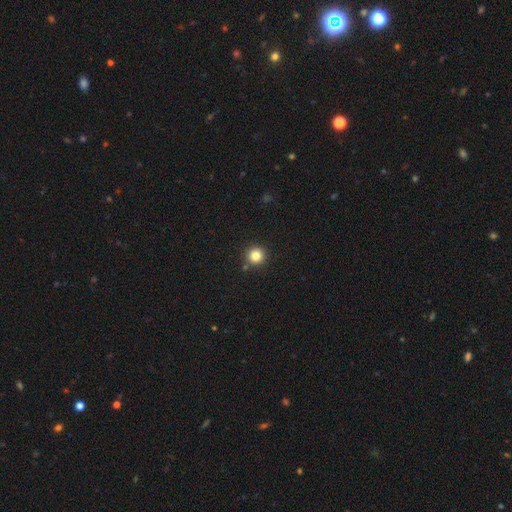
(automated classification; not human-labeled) smooth-or-featured: smooth: 83% | star or artifact: 12% | featured or disk: 6%
  how-rounded: round: 96% | in between: 4% | cigar-shaped: 1%
  merging: none: 89% | minor disturbance: 6% | merger: 4% | major disturbance: 2%